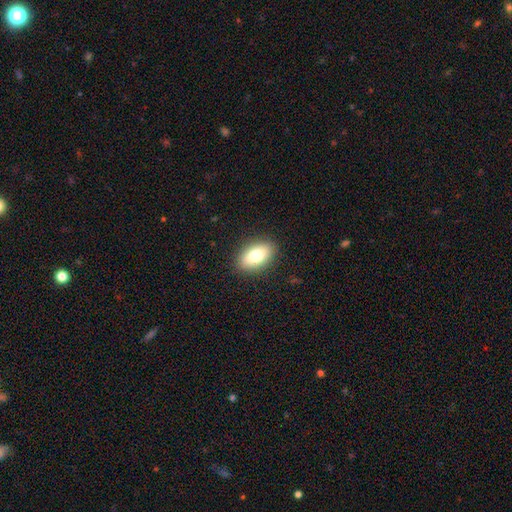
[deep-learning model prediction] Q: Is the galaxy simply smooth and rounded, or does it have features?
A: smooth — 79%.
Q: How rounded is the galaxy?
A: in between — 90%.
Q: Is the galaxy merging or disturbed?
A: none — 89%.